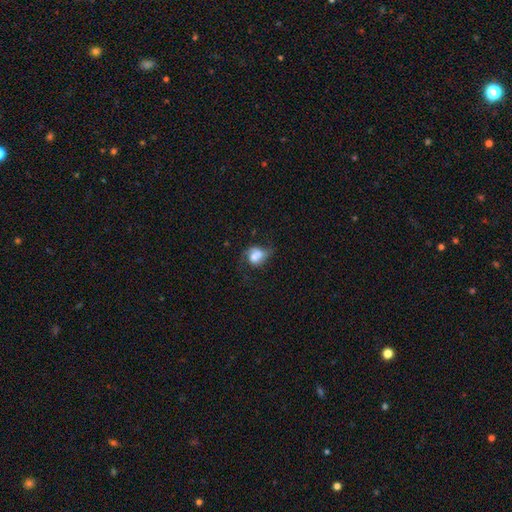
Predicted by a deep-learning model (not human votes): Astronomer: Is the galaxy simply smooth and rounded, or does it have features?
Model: smooth — 53% (runner-up: featured or disk, 37%).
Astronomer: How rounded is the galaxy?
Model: round — 50% (runner-up: in between, 48%).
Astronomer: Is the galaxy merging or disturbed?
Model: merger — 32% (runner-up: none, 29%).